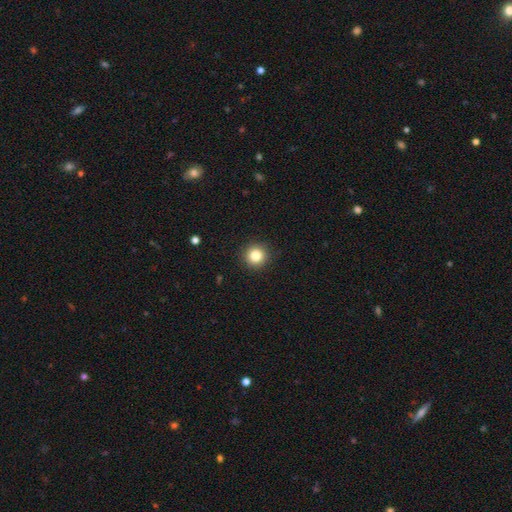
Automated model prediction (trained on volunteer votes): Smooth or featured: smooth — 83% (star or artifact — 11%)
How rounded: round — 95% (in between — 4%)
Merging: none — 91% (minor disturbance — 6%)